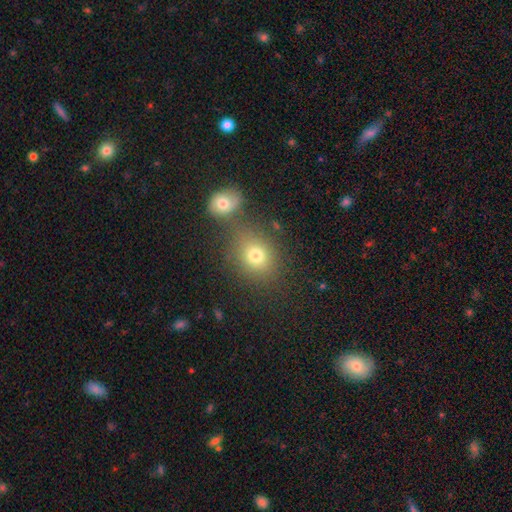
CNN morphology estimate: A smooth galaxy with no disk features (75%) that is round (64%).

Vote fractions:
- Smooth or featured? smooth: 75% / star or artifact: 14% / featured or disk: 11%
- How rounded? round: 64% / in between: 35% / cigar-shaped: 1%
- Merging? none: 66% / merger: 19% / minor disturbance: 10% / major disturbance: 5%